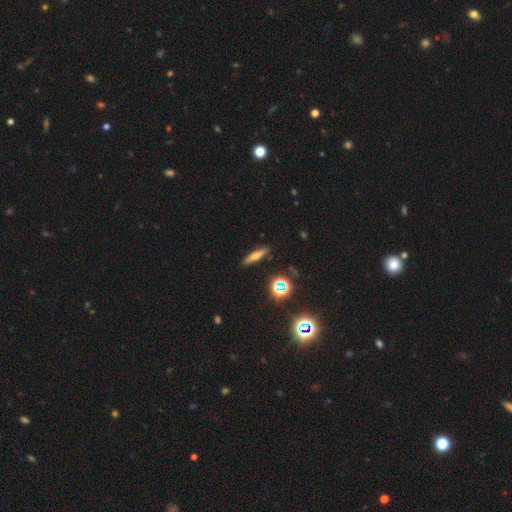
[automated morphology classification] smooth-or-featured: smooth: 54% | featured or disk: 30% | star or artifact: 15%
  how-rounded: cigar-shaped: 78% | in between: 17% | round: 5%
  merging: none: 87% | minor disturbance: 9% | major disturbance: 2% | merger: 2%